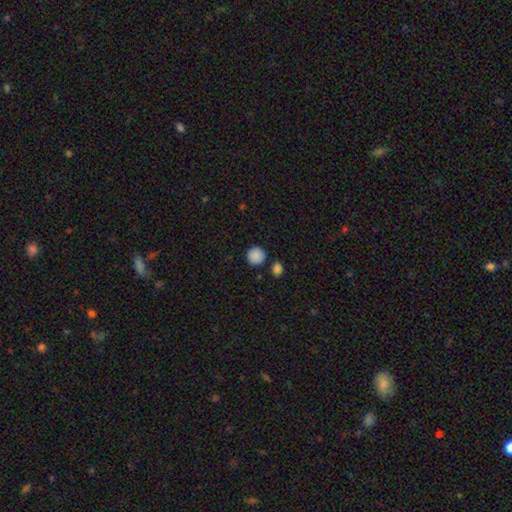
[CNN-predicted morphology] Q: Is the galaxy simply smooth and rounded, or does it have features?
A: smooth — 88%.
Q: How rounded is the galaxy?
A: round — 94%.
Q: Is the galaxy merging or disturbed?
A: none — 84%.